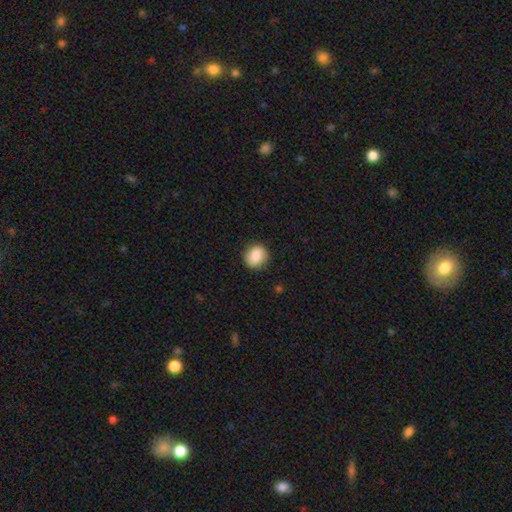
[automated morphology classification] smooth_or_featured: smooth (p=0.87) [alt: star or artifact p=0.08]
how_rounded: round (p=0.73) [alt: in between p=0.26]
merging: none (p=0.86) [alt: minor disturbance p=0.10]